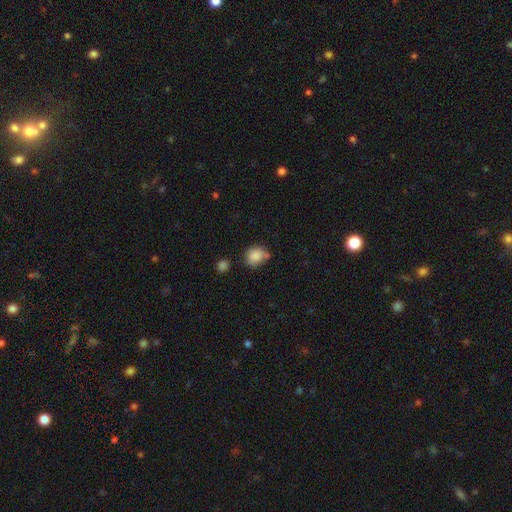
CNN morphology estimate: This is clearly a smooth galaxy (84%). How rounded: likely round (64%). Merging: possibly none (57%).